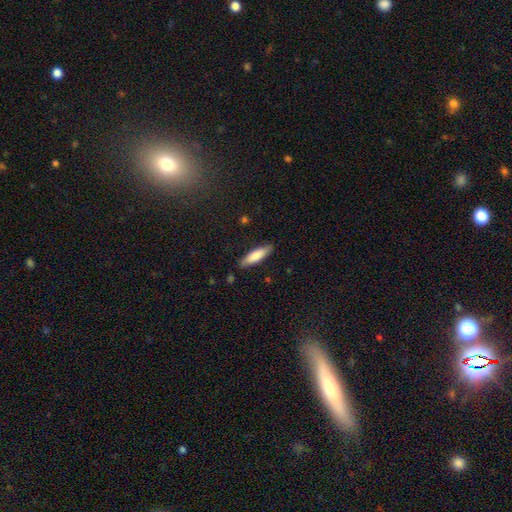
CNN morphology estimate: smooth 75%, featured or disk 19%, star or artifact 6%. Down the decision tree: how rounded — cigar-shaped (62%); merging — none (84%).